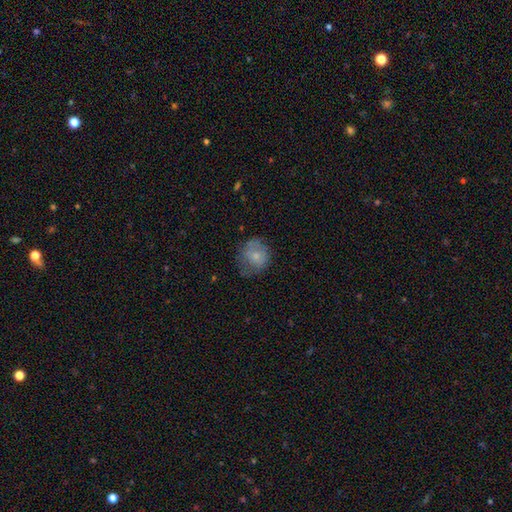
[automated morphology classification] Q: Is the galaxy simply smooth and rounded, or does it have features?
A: smooth — 68%.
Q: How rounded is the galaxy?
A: round — 81%.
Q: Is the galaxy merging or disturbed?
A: none — 55%.